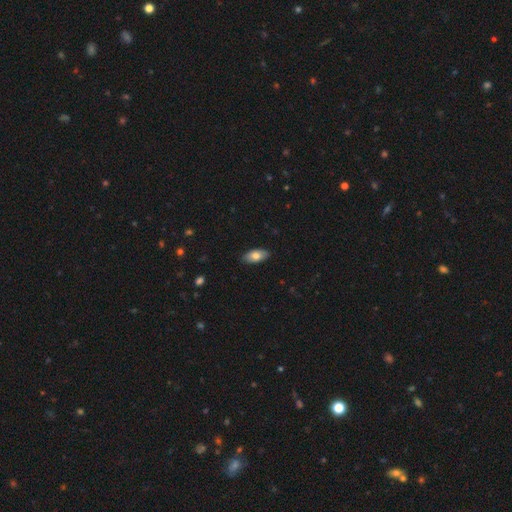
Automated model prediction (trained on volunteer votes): smooth_or_featured: smooth (p=0.76) [alt: featured or disk p=0.17]
how_rounded: in between (p=0.92) [alt: cigar-shaped p=0.05]
merging: none (p=0.87) [alt: minor disturbance p=0.10]